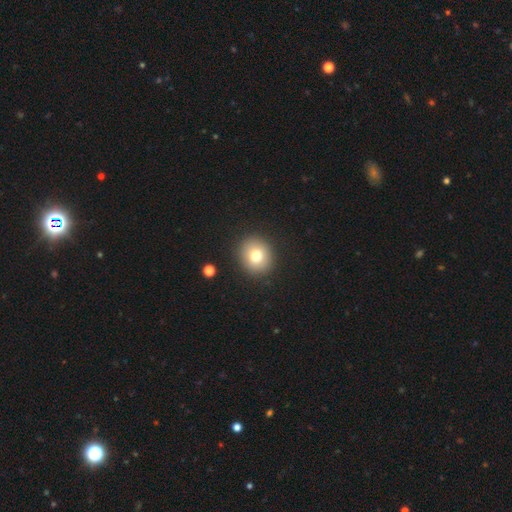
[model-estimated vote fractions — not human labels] Smooth or featured? Predicted: smooth (p=0.76). How rounded? Predicted: round (p=0.83). Merging? Predicted: none (p=0.90).